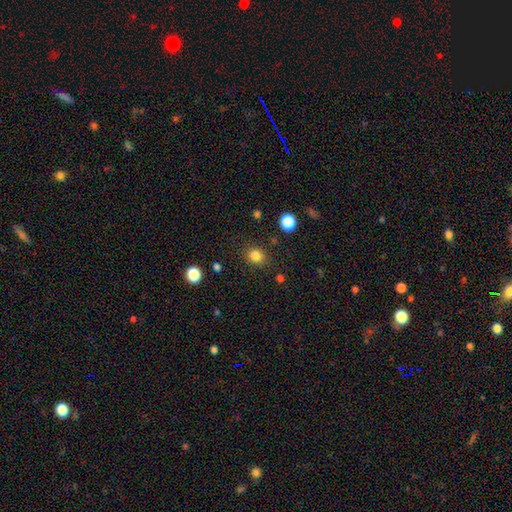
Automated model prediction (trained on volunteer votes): Smooth or featured? smooth (83%)
How rounded? round (67%)
Merging? none (86%)